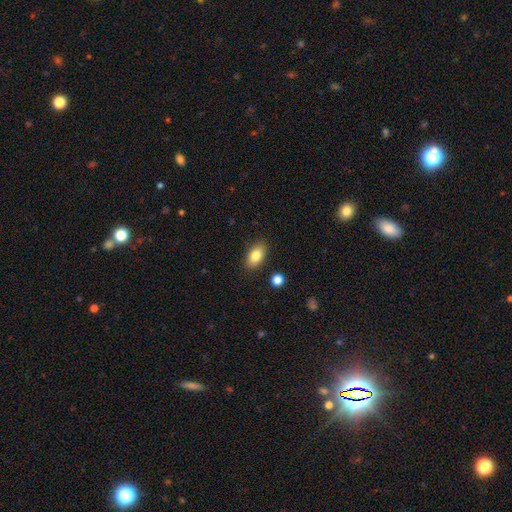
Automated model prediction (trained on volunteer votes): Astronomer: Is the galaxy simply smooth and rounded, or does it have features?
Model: smooth — 83%.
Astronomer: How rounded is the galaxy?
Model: in between — 90%.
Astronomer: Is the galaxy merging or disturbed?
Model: none — 87%.